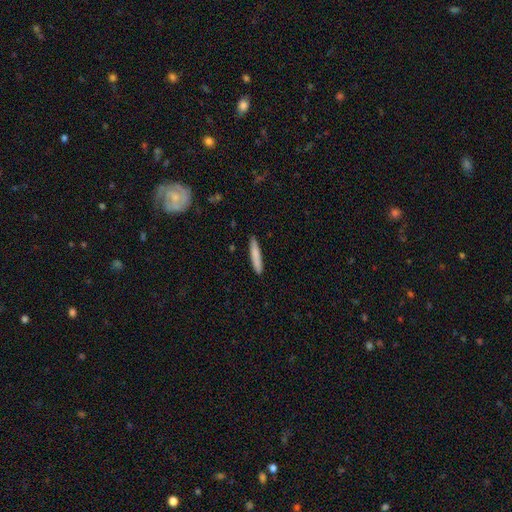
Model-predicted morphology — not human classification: This is clearly a smooth galaxy (81%). How rounded: clearly cigar-shaped (93%). Merging: clearly none (91%).